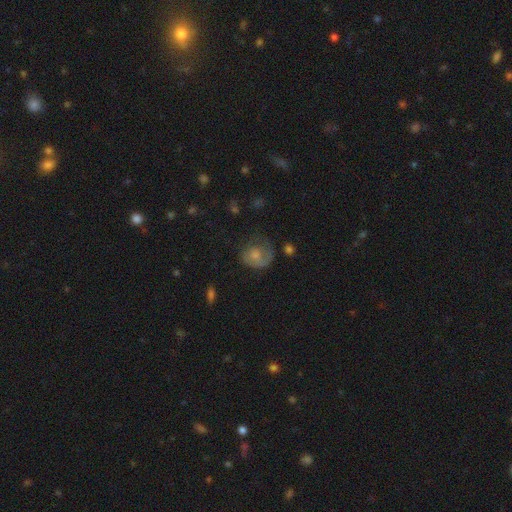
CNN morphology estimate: Q: Smooth or featured?
A: smooth (62%); runner-up: featured or disk (29%)
Q: How rounded?
A: round (65%); runner-up: in between (34%)
Q: Merging?
A: none (41%); runner-up: major disturbance (30%)